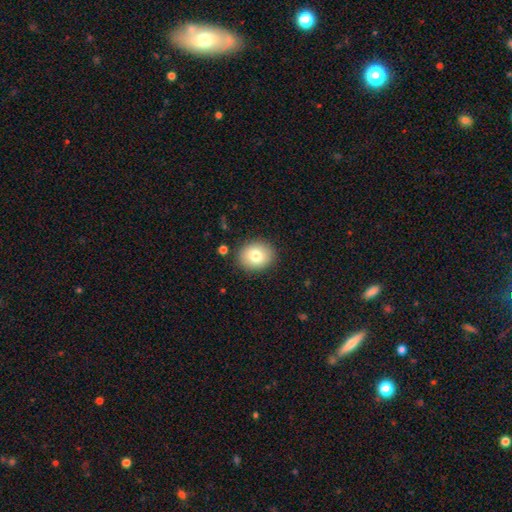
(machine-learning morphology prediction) smooth-or-featured: smooth: 80% | featured or disk: 11% | star or artifact: 9%
  how-rounded: round: 61% | in between: 38% | cigar-shaped: 1%
  merging: none: 88% | minor disturbance: 8% | major disturbance: 2% | merger: 2%